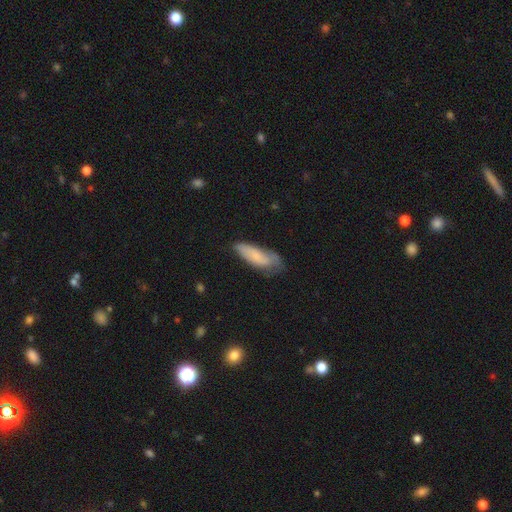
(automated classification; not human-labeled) Smooth or featured? smooth (71%)
How rounded? in between (62%)
Merging? none (45%)